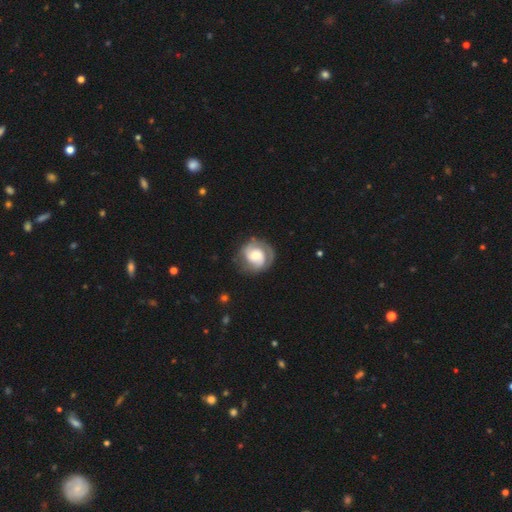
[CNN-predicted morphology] type=featured or disk (71%); edge-on=no (98%); bar=no (58%); spiral arms=yes (91%); winding=tight (50%); arm count=2 (68%); bulge=moderate (43%); merging=none (71%).